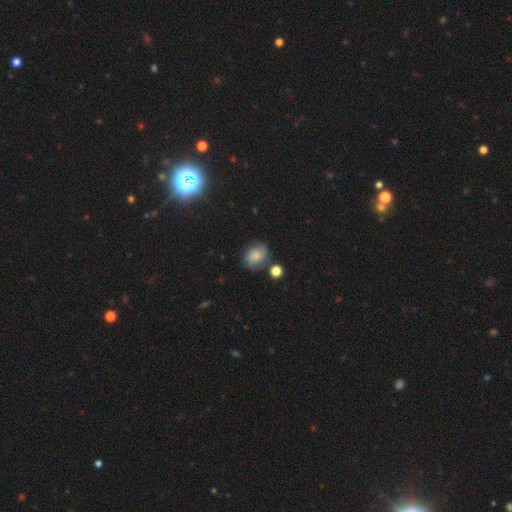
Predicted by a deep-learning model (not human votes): Smooth or featured: smooth — 57% (featured or disk — 32%)
How rounded: round — 53% (in between — 46%)
Merging: none — 64% (minor disturbance — 22%)